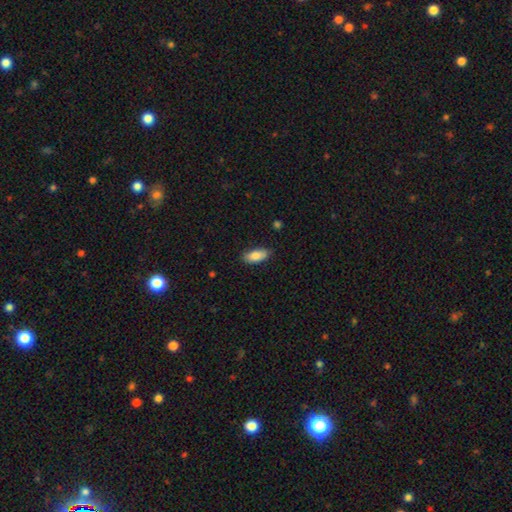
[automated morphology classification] This is clearly a smooth galaxy (86%). How rounded: clearly in between (87%). Merging: clearly none (82%).